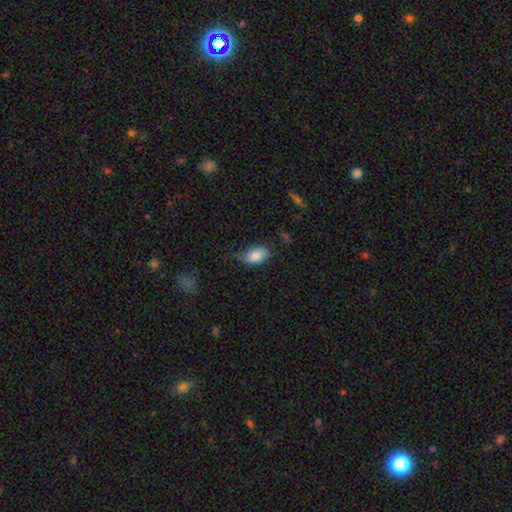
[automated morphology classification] Smooth or featured: smooth — 86% (star or artifact — 7%)
How rounded: in between — 90% (round — 8%)
Merging: none — 51% (minor disturbance — 37%)